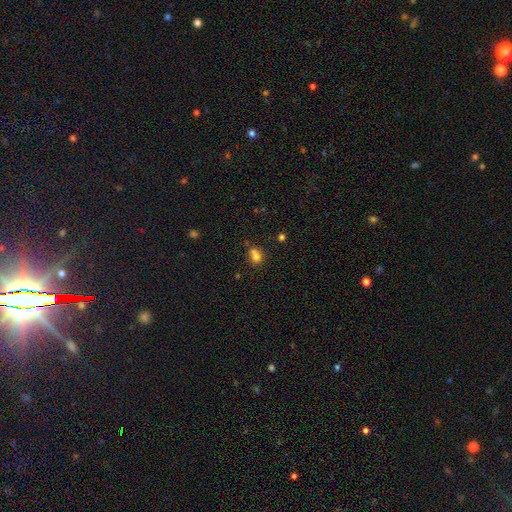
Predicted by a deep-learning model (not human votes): Smooth or featured: smooth — 77% (star or artifact — 15%)
How rounded: in between — 55% (round — 43%)
Merging: none — 48% (merger — 25%)